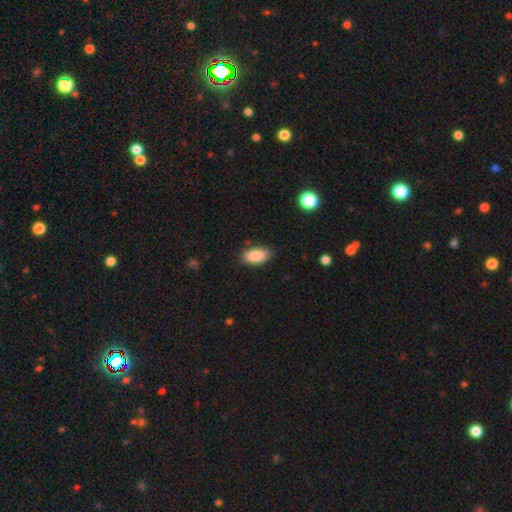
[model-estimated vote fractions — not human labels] Smooth or featured?
  - smooth: 88% *
  - star or artifact: 7%
  - featured or disk: 5%
How rounded?
  - in between: 93% *
  - cigar-shaped: 4%
  - round: 3%
Merging?
  - none: 85% *
  - minor disturbance: 12%
  - major disturbance: 2%
  - merger: 1%